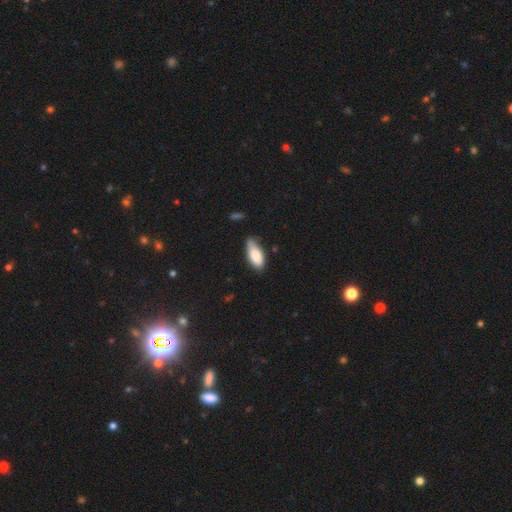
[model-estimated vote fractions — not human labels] smooth-or-featured: smooth: 81% | featured or disk: 13% | star or artifact: 6%
  how-rounded: in between: 83% | cigar-shaped: 15% | round: 2%
  merging: none: 61% | minor disturbance: 31% | major disturbance: 5% | merger: 3%